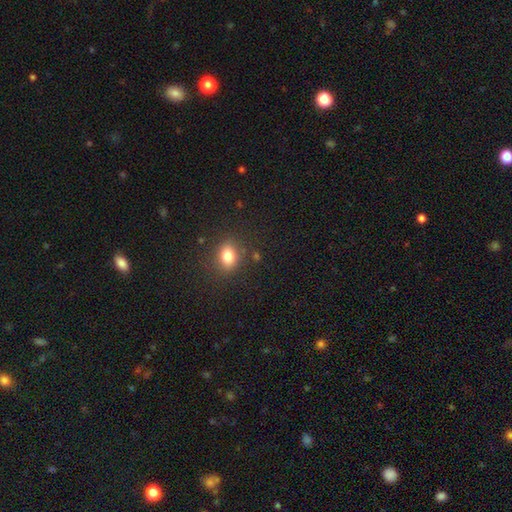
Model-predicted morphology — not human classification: smooth_or_featured: smooth (p=0.76) [alt: star or artifact p=0.16]
how_rounded: in between (p=0.56) [alt: round p=0.42]
merging: none (p=0.85) [alt: minor disturbance p=0.10]